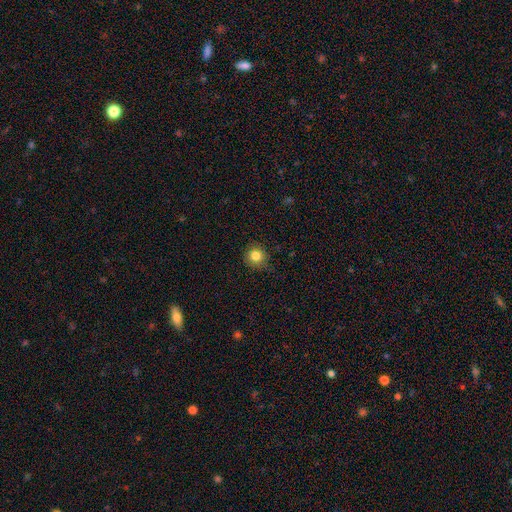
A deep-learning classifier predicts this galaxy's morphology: Smooth or featured?
  - smooth: 83% *
  - star or artifact: 11%
  - featured or disk: 6%
How rounded?
  - round: 92% *
  - in between: 7%
  - cigar-shaped: 1%
Merging?
  - none: 81% *
  - minor disturbance: 14%
  - major disturbance: 3%
  - merger: 1%